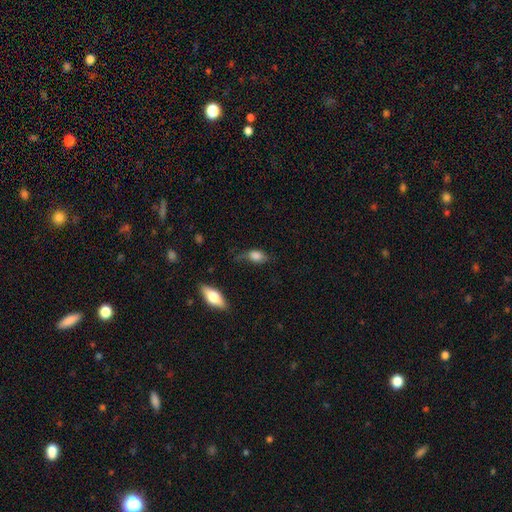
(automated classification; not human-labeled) A smooth galaxy with no disk features (76%) that is in between round and cigar-shaped (81%).

Vote fractions:
- Smooth or featured? smooth: 76% / featured or disk: 15% / star or artifact: 9%
- How rounded? in between: 81% / round: 12% / cigar-shaped: 7%
- Merging? none: 45% / minor disturbance: 34% / major disturbance: 17% / merger: 3%